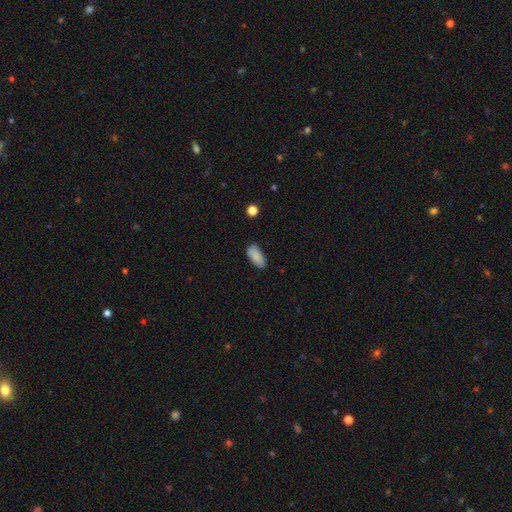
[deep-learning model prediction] Overall: smooth (87%). How rounded: in between (89%). Merging: none (75%).